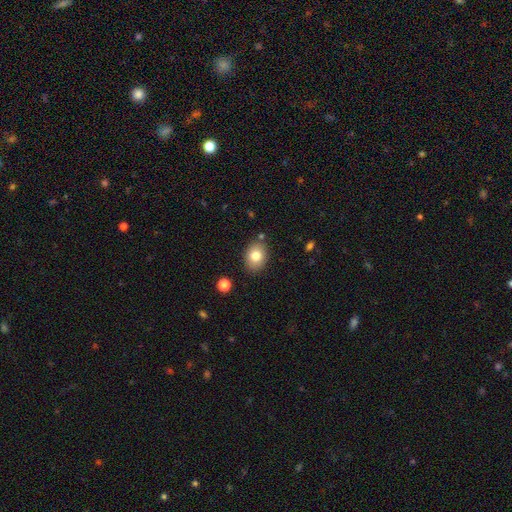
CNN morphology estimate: Smooth or featured? Predicted: smooth (p=0.81). How rounded? Predicted: in between (p=0.67). Merging? Predicted: none (p=0.83).